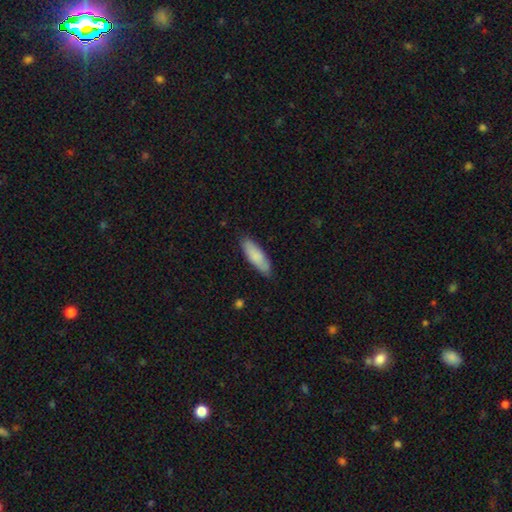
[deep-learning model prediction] smooth 82%, featured or disk 12%, star or artifact 5%. Down the decision tree: how rounded — in between (54%); merging — none (82%).